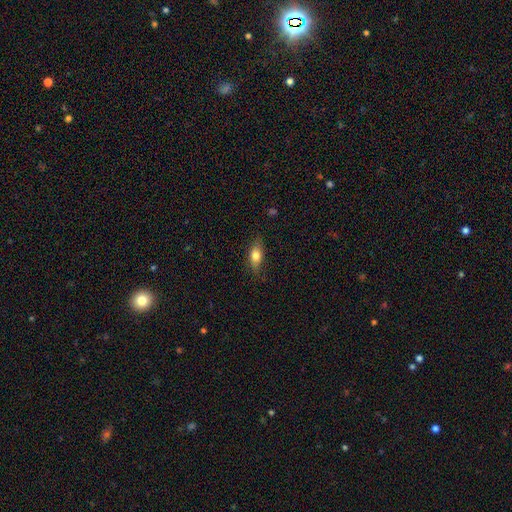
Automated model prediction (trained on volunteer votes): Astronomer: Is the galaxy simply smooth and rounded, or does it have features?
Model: smooth — 73%.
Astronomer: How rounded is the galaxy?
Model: in between — 75%.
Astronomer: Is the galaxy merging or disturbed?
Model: none — 78%.